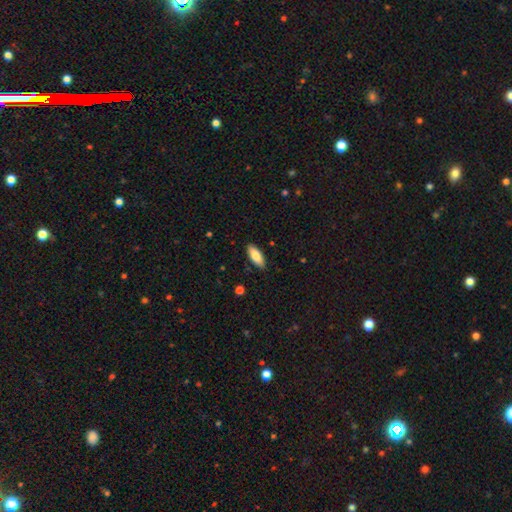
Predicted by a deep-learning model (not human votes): smooth-or-featured: smooth: 82% | featured or disk: 12% | star or artifact: 6%
  how-rounded: in between: 80% | cigar-shaped: 18% | round: 2%
  merging: none: 88% | minor disturbance: 9% | major disturbance: 2% | merger: 1%